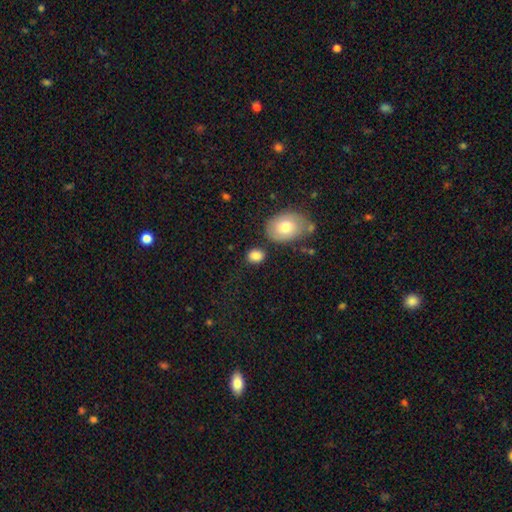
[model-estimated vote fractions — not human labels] The model was most divided on "how rounded": in between: 51%, round: 48%, cigar-shaped: 1%. More confident: smooth or featured — smooth (85%); merging — none (73%).